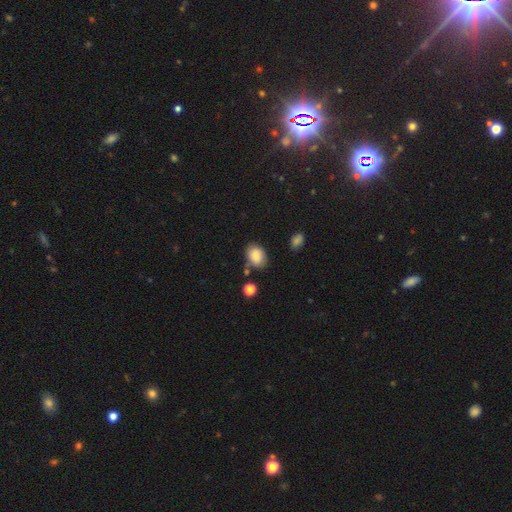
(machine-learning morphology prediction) This is clearly a smooth galaxy (81%). How rounded: likely in between (75%). Merging: likely none (66%).